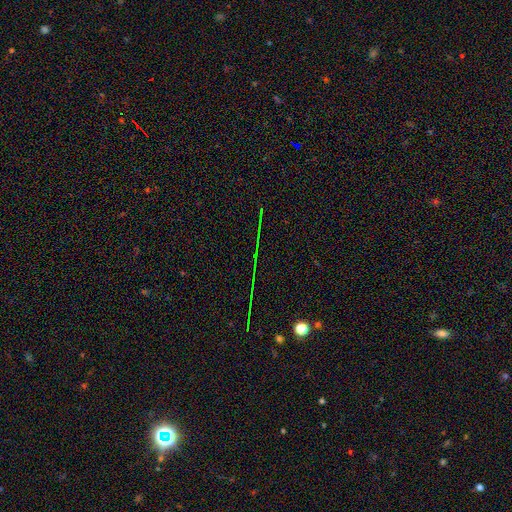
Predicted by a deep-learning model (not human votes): Q: Smooth or featured?
A: star or artifact (81%); runner-up: featured or disk (11%)